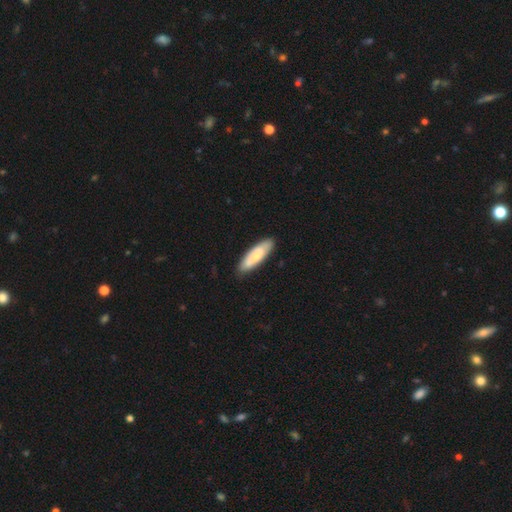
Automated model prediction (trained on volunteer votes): This appears to be a smooth galaxy with no disk features (67%) that is cigar-shaped (54%). Merging: none (84%).